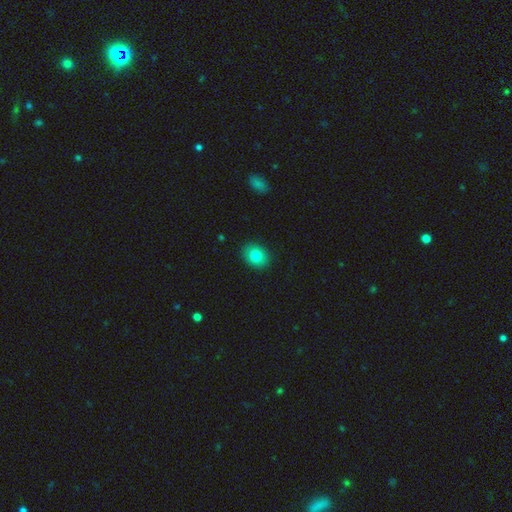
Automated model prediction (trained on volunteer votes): smooth_or_featured: smooth (p=0.82) [alt: featured or disk p=0.09]
how_rounded: in between (p=0.51) [alt: round p=0.48]
merging: none (p=0.90) [alt: minor disturbance p=0.07]